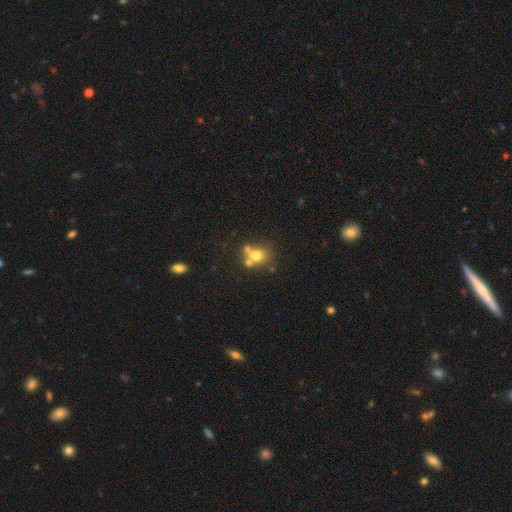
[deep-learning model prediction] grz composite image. It shows a smooth galaxy with no disk features (66%) that is round (63%). Merging: none (44%).